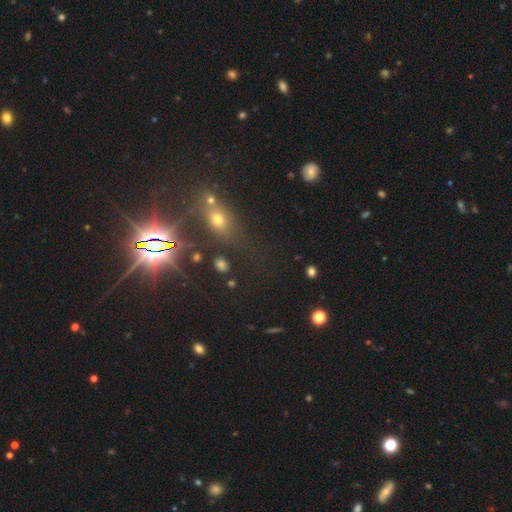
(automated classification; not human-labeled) This is likely a star or artifact rather than a galaxy (67%).